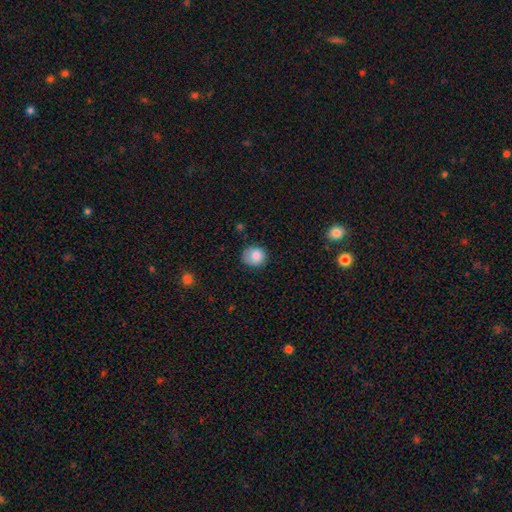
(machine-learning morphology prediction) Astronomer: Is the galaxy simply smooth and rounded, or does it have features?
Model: smooth — 84%.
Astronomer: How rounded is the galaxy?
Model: round — 84%.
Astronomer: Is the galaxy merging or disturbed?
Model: none — 74%.